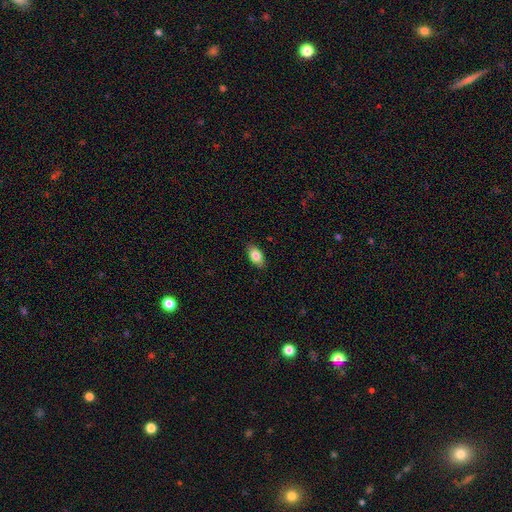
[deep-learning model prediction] Smooth or featured?
  - smooth: 82% *
  - featured or disk: 10%
  - star or artifact: 7%
How rounded?
  - in between: 90% *
  - round: 6%
  - cigar-shaped: 4%
Merging?
  - none: 87% *
  - minor disturbance: 10%
  - major disturbance: 2%
  - merger: 1%